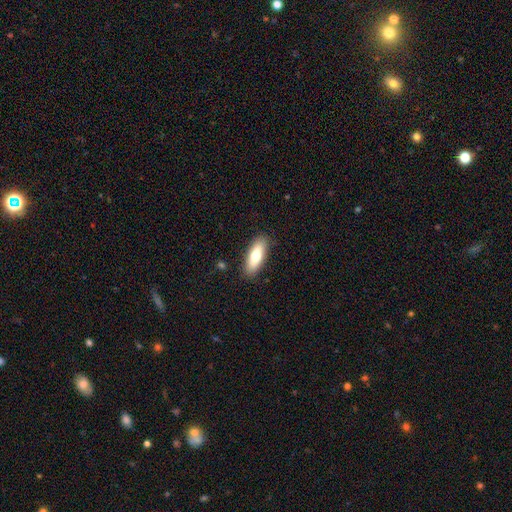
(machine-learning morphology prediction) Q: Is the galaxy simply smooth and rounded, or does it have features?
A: smooth — 70%.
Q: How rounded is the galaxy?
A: in between — 65%.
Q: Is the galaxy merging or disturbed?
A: none — 88%.